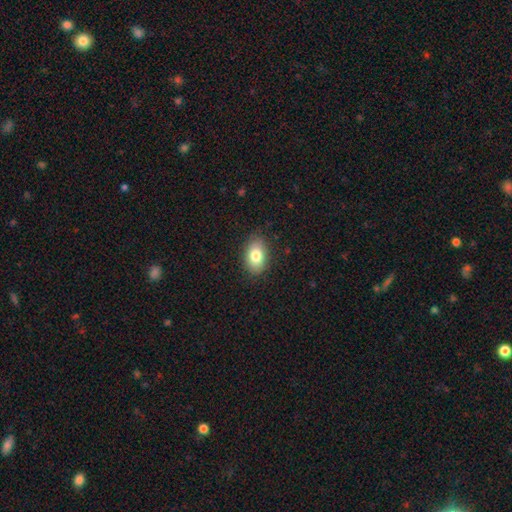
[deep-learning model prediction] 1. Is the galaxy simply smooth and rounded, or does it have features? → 82% smooth, 10% featured or disk, 8% star or artifact.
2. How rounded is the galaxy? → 89% in between, 10% round, 2% cigar-shaped.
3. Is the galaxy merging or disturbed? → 87% none, 10% minor disturbance, 2% major disturbance, 1% merger.